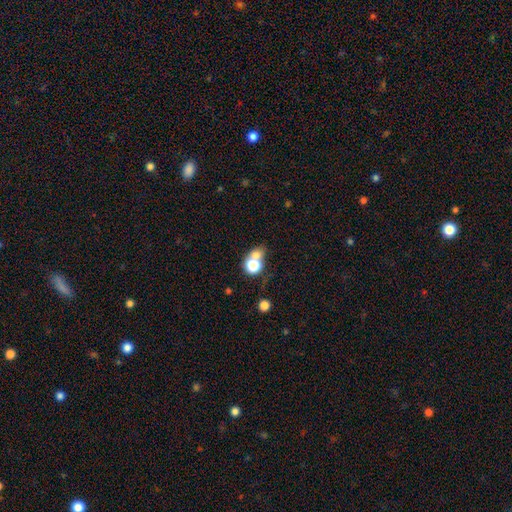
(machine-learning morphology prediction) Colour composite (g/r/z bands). It shows a smooth galaxy with no disk features (70%) that is round (67%). Merging: merger (51%).